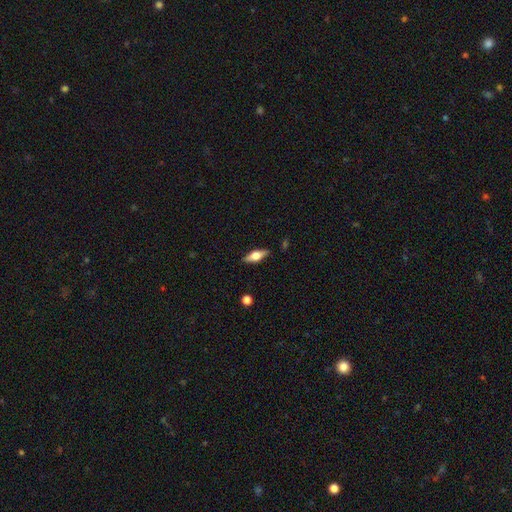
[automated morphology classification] A featured or disk galaxy (51%) viewed edge-on (92%).

Vote fractions:
- Smooth or featured? featured or disk: 51% / smooth: 42% / star or artifact: 7%
- Edge-on disk? yes: 92% / no: 8%
- Merging? none: 87% / minor disturbance: 10% / major disturbance: 2% / merger: 1%